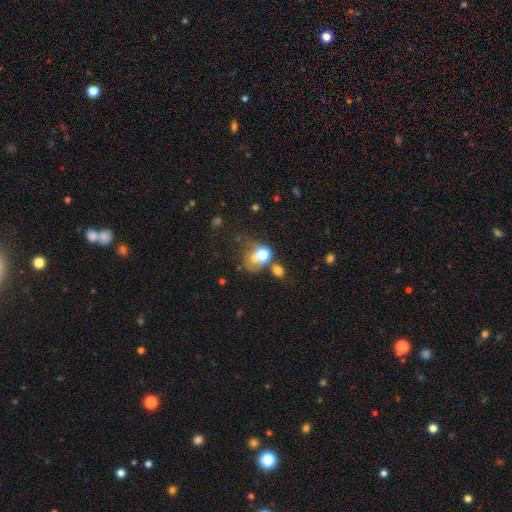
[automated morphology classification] smooth 46%, star or artifact 30%, featured or disk 23%. Down the decision tree: merging — none (34%).